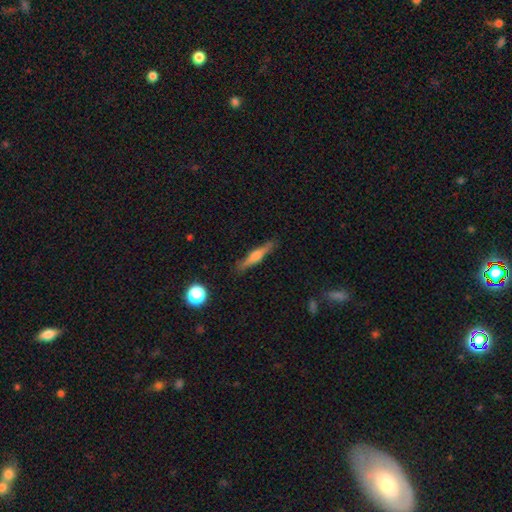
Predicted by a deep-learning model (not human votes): Smooth or featured? featured or disk (63%)
Edge-on disk? yes (97%)
Edge-on bulge? rounded (83%)
Merging? none (89%)